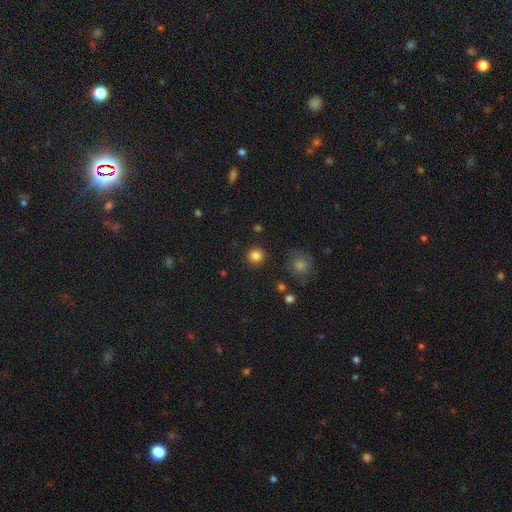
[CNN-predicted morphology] Smooth or featured?
  - smooth: 84% *
  - star or artifact: 12%
  - featured or disk: 4%
How rounded?
  - round: 94% *
  - in between: 5%
  - cigar-shaped: 1%
Merging?
  - none: 90% *
  - minor disturbance: 6%
  - major disturbance: 2%
  - merger: 2%